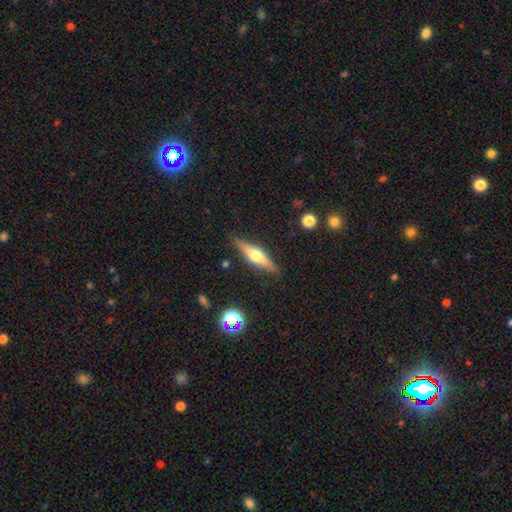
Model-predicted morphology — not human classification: Q: Smooth or featured?
A: featured or disk (63%); runner-up: smooth (30%)
Q: Edge-on disk?
A: yes (96%); runner-up: no (4%)
Q: Edge-on bulge?
A: rounded (92%); runner-up: boxy (5%)
Q: Merging?
A: none (88%); runner-up: minor disturbance (9%)